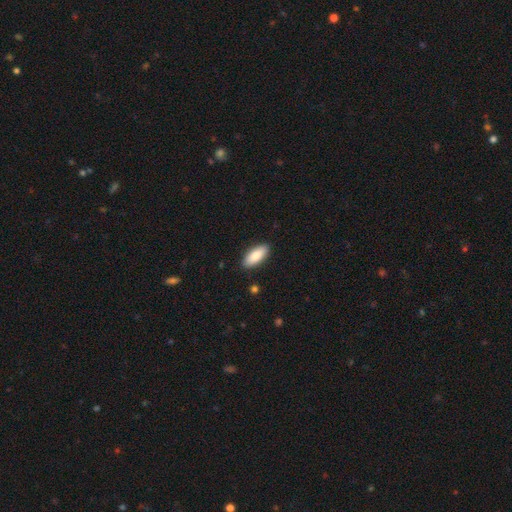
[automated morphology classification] A smooth galaxy with no disk features (87%) that is in between round and cigar-shaped (83%). Merging: none (89%).